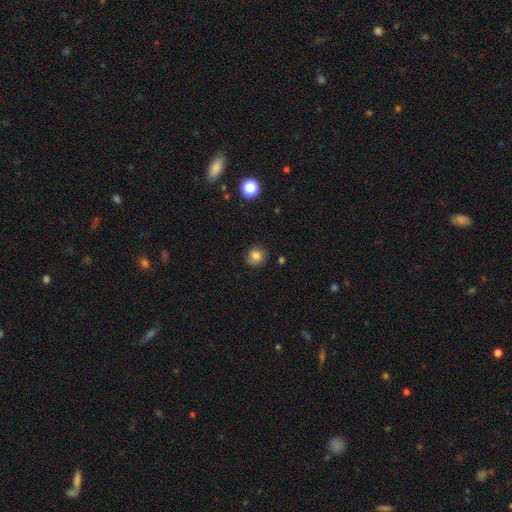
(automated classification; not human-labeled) Smooth or featured? Predicted: smooth (p=0.81). How rounded? Predicted: round (p=0.88). Merging? Predicted: none (p=0.84).